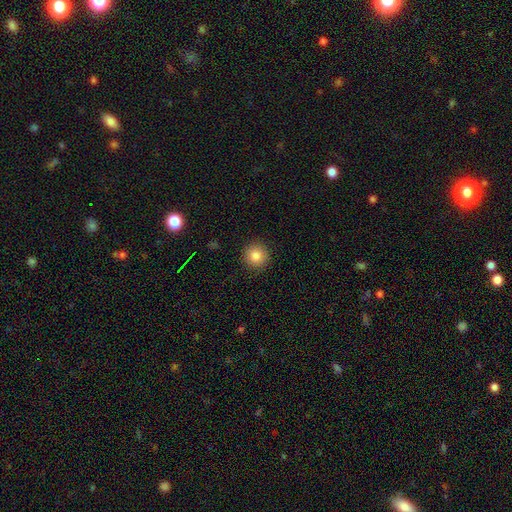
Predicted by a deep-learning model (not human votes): A smooth galaxy with no disk features (84%) that is round (94%).

Vote fractions:
- Smooth or featured? smooth: 84% / star or artifact: 10% / featured or disk: 6%
- How rounded? round: 94% / in between: 5% / cigar-shaped: 1%
- Merging? none: 91% / minor disturbance: 6% / major disturbance: 2% / merger: 1%